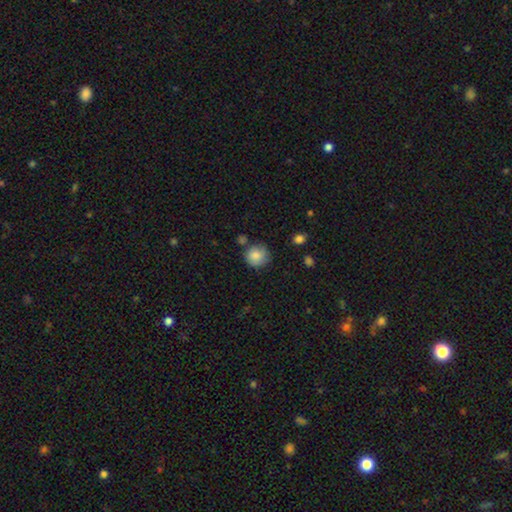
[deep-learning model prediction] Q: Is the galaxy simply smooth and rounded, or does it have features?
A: smooth — 85%.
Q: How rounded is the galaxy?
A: round — 90%.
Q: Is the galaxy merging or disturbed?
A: none — 71%.